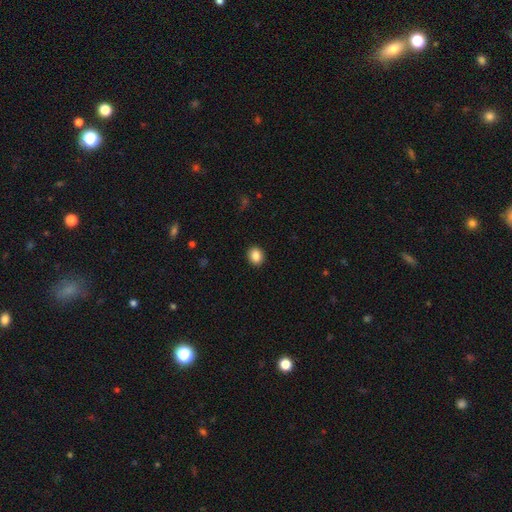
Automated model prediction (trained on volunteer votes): smooth 87%, star or artifact 9%, featured or disk 4%. Down the decision tree: how rounded — round (65%); merging — none (92%).